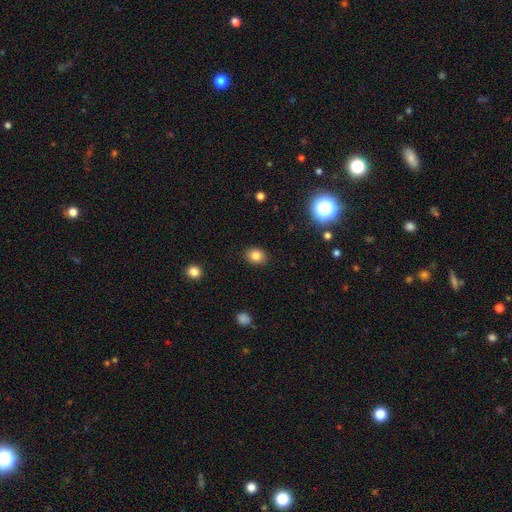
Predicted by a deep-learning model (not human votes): smooth-or-featured: smooth: 82% | star or artifact: 11% | featured or disk: 6%
  how-rounded: in between: 50% | round: 49% | cigar-shaped: 1%
  merging: none: 89% | minor disturbance: 8% | major disturbance: 2% | merger: 1%